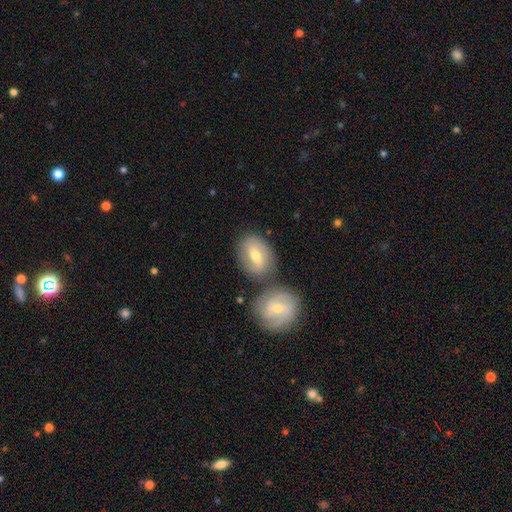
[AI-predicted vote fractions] Smooth or featured?
  - smooth: 47% *
  - featured or disk: 46%
  - star or artifact: 7%
Merging?
  - none: 57% *
  - merger: 27%
  - minor disturbance: 12%
  - major disturbance: 3%